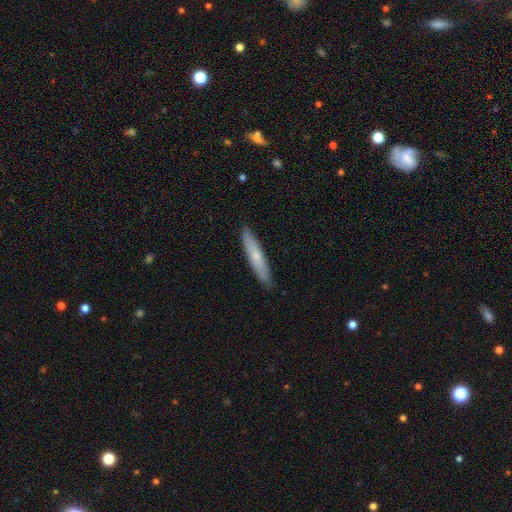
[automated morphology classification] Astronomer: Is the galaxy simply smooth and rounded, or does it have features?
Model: smooth — 65%.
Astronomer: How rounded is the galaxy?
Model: cigar-shaped — 90%.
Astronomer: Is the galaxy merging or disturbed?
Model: none — 89%.